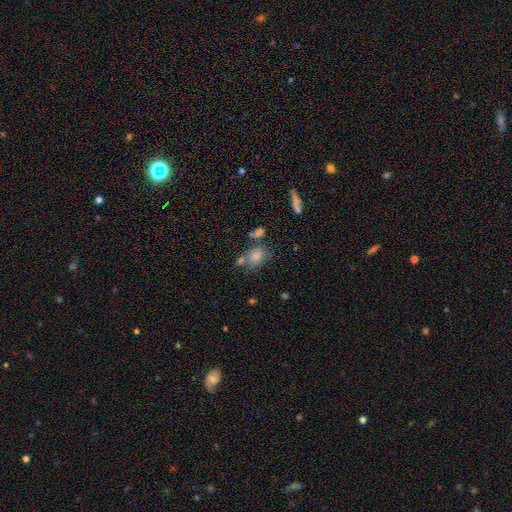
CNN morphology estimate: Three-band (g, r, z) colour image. It shows a smooth galaxy with no disk features (69%) that is in between round and cigar-shaped (53%). Merging: none (62%).